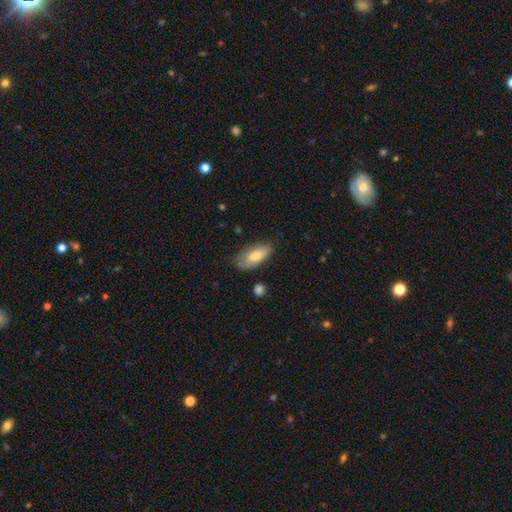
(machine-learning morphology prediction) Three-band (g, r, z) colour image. It shows a smooth galaxy with no disk features (72%) that is in between round and cigar-shaped (88%). Merging: none (65%).